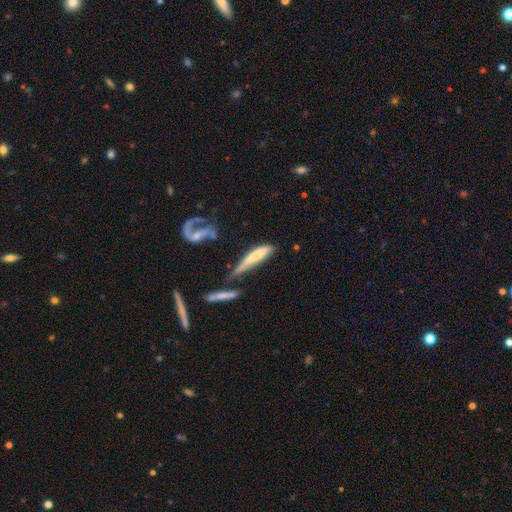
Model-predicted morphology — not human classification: The model was most divided on "merging": none: 30%, merger: 26%, minor disturbance: 23%, major disturbance: 21%. More confident: how rounded — cigar-shaped (79%); smooth or featured — smooth (63%).